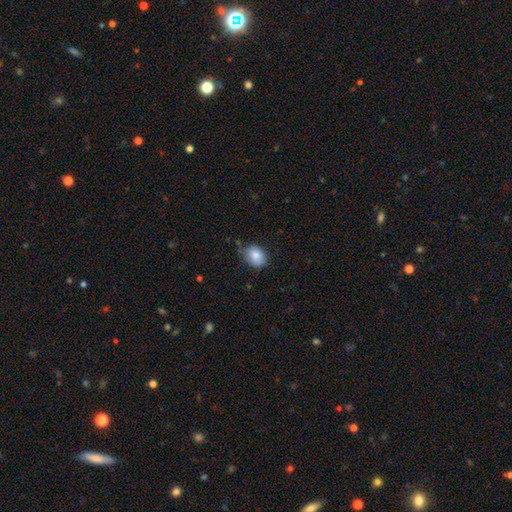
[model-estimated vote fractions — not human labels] Smooth or featured: smooth — 85% (star or artifact — 8%)
How rounded: in between — 54% (round — 45%)
Merging: none — 73% (minor disturbance — 22%)